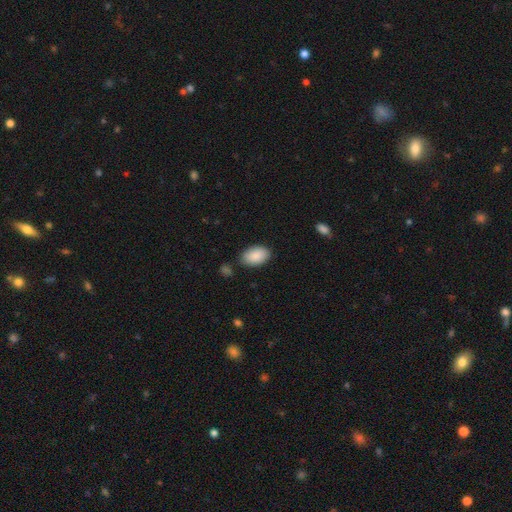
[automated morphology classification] A smooth galaxy with no disk features (89%) that is in between round and cigar-shaped (92%). Merging: none (82%).